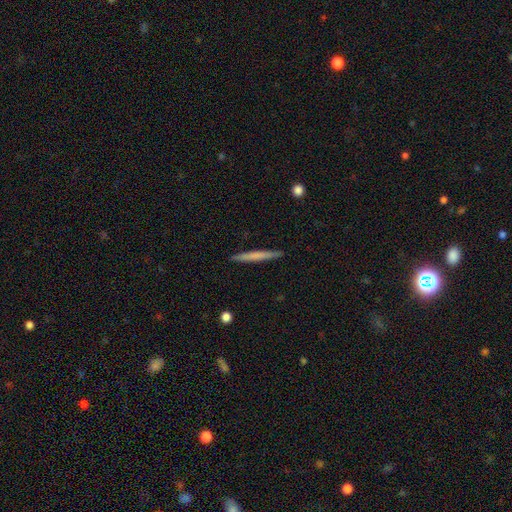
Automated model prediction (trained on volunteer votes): Smooth or featured?
  - smooth: 61% *
  - featured or disk: 34%
  - star or artifact: 5%
How rounded?
  - cigar-shaped: 97% *
  - in between: 2%
  - round: 1%
Merging?
  - none: 92% *
  - minor disturbance: 6%
  - major disturbance: 1%
  - merger: 1%